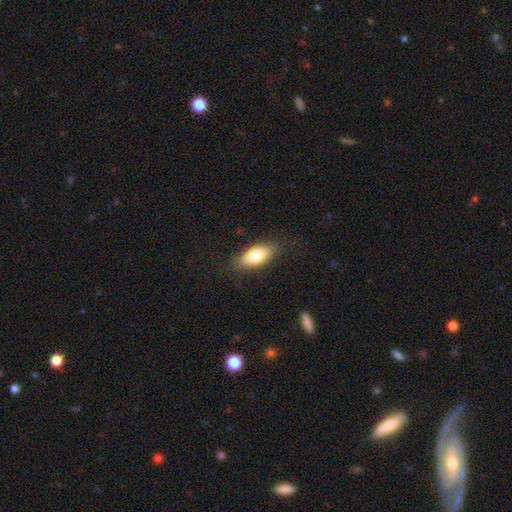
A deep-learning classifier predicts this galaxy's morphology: A smooth galaxy with no disk features (80%) that is in between round and cigar-shaped (86%). Merging: none (83%).